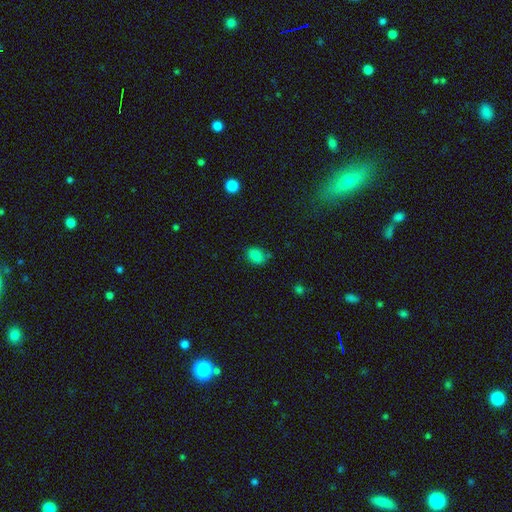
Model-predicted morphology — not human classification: Smooth or featured? Predicted: smooth (p=0.83). How rounded? Predicted: in between (p=0.59). Merging? Predicted: none (p=0.72).